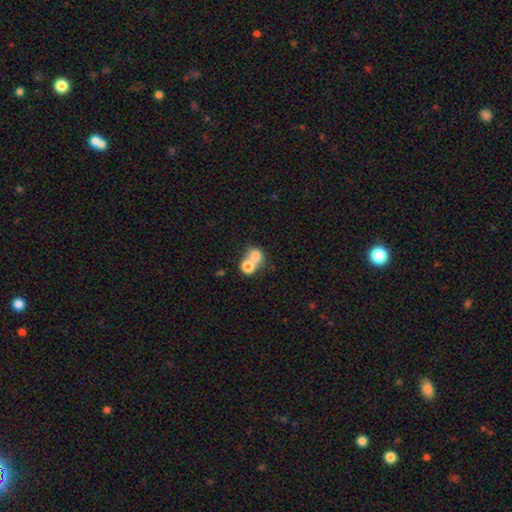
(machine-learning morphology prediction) Q: Smooth or featured?
A: smooth (70%); runner-up: featured or disk (20%)
Q: How rounded?
A: round (63%); runner-up: in between (36%)
Q: Merging?
A: merger (72%); runner-up: none (19%)